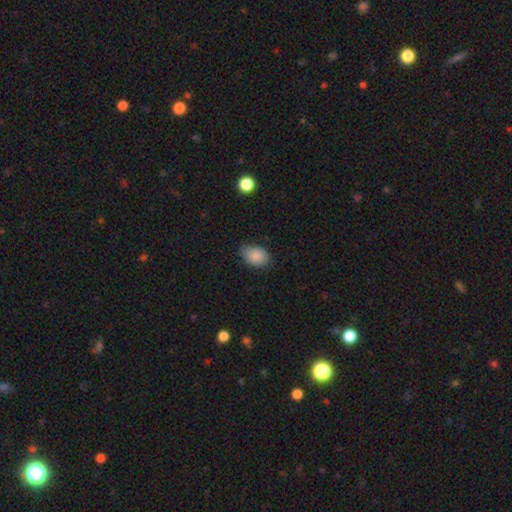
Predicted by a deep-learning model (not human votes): Overall: smooth (87%). How rounded: in between (80%). Merging: none (72%).